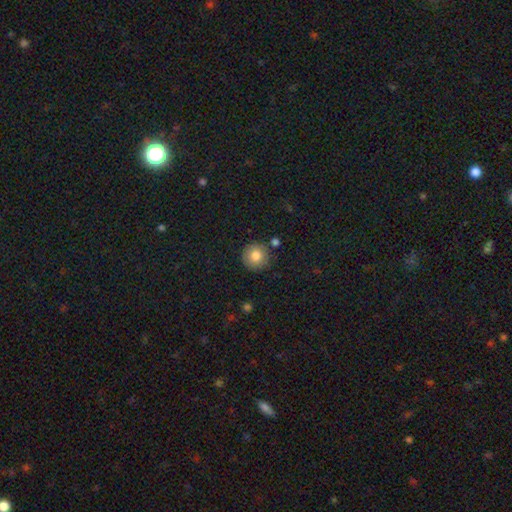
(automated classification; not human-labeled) This is clearly a smooth galaxy (80%). How rounded: clearly round (95%). Merging: clearly none (85%).